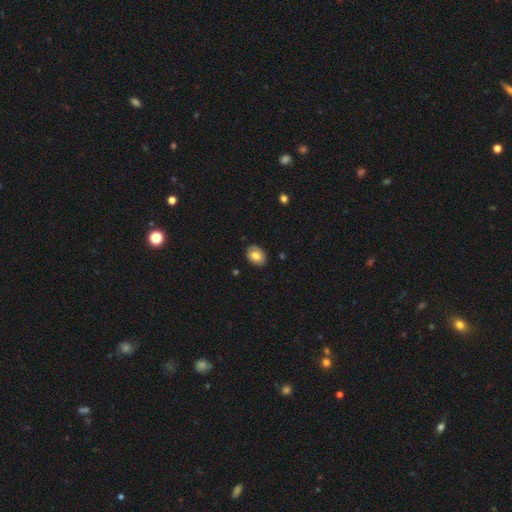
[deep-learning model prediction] The model was most divided on "how rounded": in between: 75%, round: 24%, cigar-shaped: 1%. More confident: merging — none (85%); smooth or featured — smooth (74%).